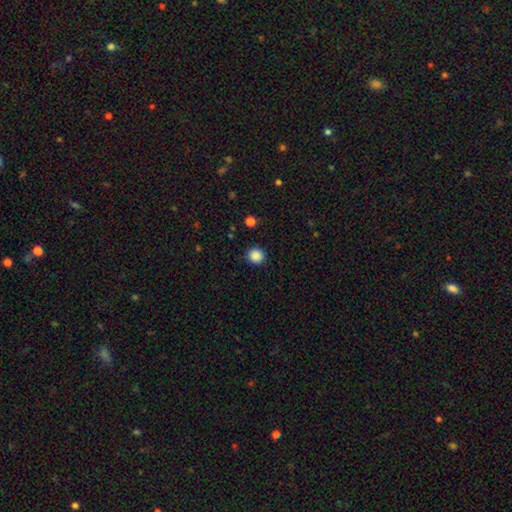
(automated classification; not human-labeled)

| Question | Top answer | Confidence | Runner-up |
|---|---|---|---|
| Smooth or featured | smooth | 87% | star or artifact (10%) |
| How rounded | round | 91% | in between (8%) |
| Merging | none | 90% | minor disturbance (7%) |